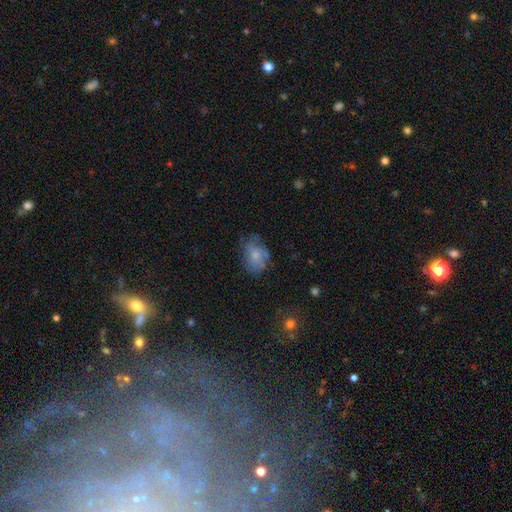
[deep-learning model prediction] Smooth or featured? smooth (57%)
How rounded? in between (73%)
Merging? none (56%)